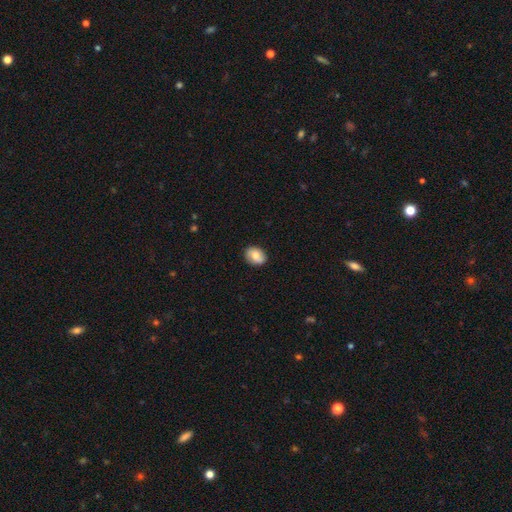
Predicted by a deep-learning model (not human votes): Morphology: type=smooth (73%); roundness=in between (57%); merging=none (85%).